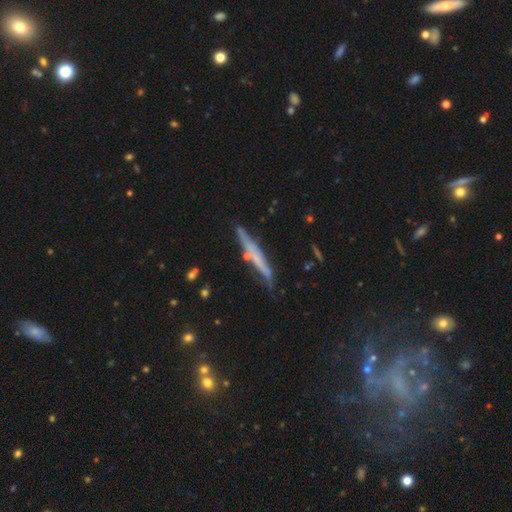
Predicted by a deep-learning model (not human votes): Overall: featured or disk (56%; smooth 35%). Edge-on disk: yes (92%). Edge-on bulge: none (66%; rounded 26%). Merging: none (76%).